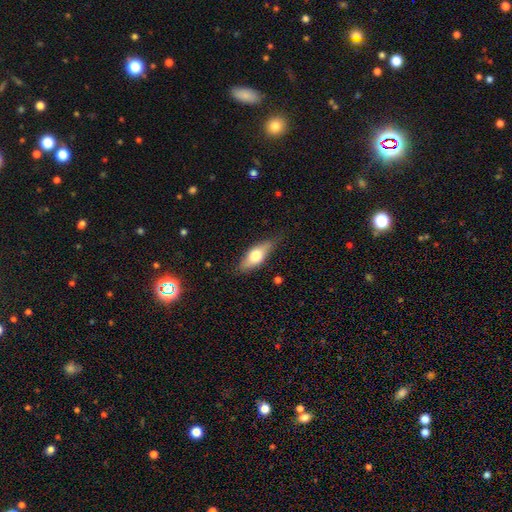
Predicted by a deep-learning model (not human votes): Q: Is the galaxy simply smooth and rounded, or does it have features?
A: smooth — 63%.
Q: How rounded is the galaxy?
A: in between — 73%.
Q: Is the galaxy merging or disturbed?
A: none — 74%.